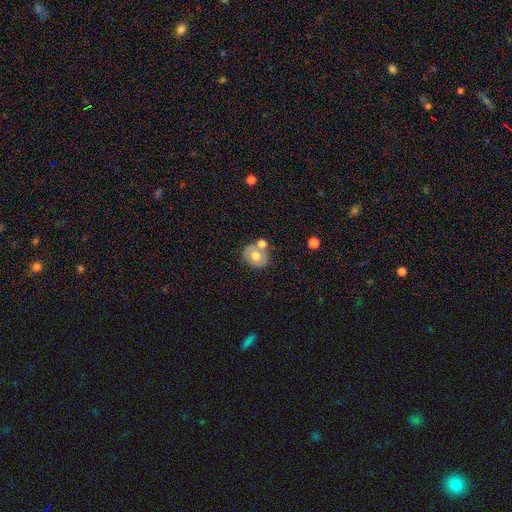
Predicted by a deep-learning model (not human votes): Smooth or featured?
  - smooth: 65% *
  - featured or disk: 27%
  - star or artifact: 8%
How rounded?
  - round: 60% *
  - in between: 39%
  - cigar-shaped: 1%
Merging?
  - none: 54% *
  - merger: 29%
  - minor disturbance: 14%
  - major disturbance: 4%